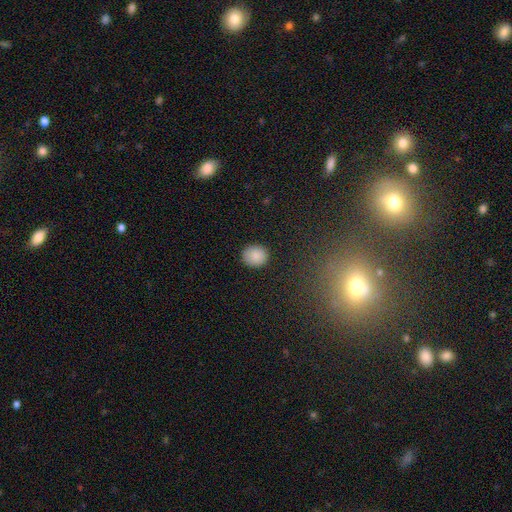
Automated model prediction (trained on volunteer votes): Smooth or featured?
  - smooth: 87% *
  - star or artifact: 8%
  - featured or disk: 5%
How rounded?
  - round: 80% *
  - in between: 19%
  - cigar-shaped: 1%
Merging?
  - none: 89% *
  - minor disturbance: 8%
  - major disturbance: 2%
  - merger: 1%